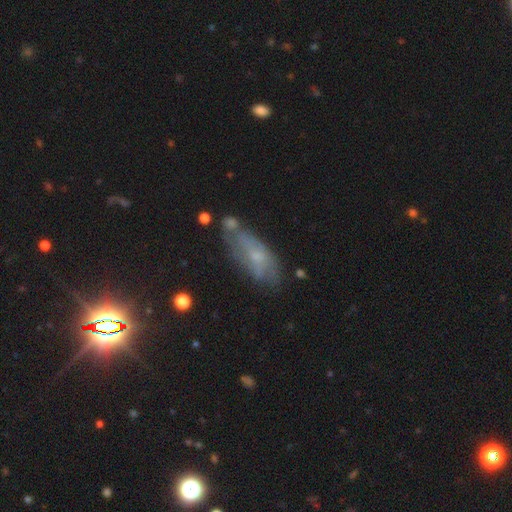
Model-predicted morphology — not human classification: Smooth or featured: featured or disk — 47% (smooth — 40%)
Merging: none — 56% (minor disturbance — 25%)